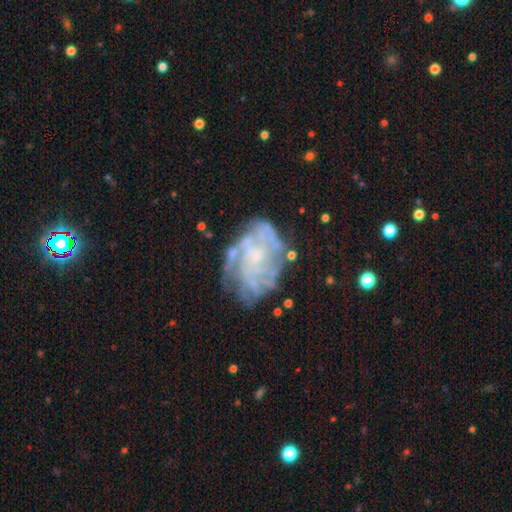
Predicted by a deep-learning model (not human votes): A featured or disk galaxy (75%) with no bar (73%), tight (55%) spiral arms (80%) and a small central bulge (52%). Merging: none (64%).